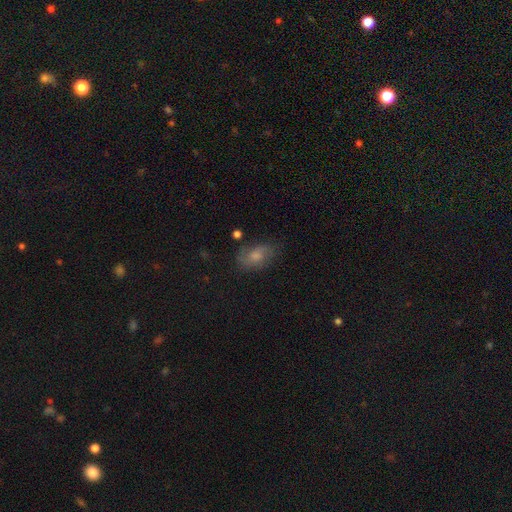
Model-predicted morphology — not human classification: This is likely a smooth galaxy (64%). How rounded: clearly in between (87%). Merging: likely none (63%).